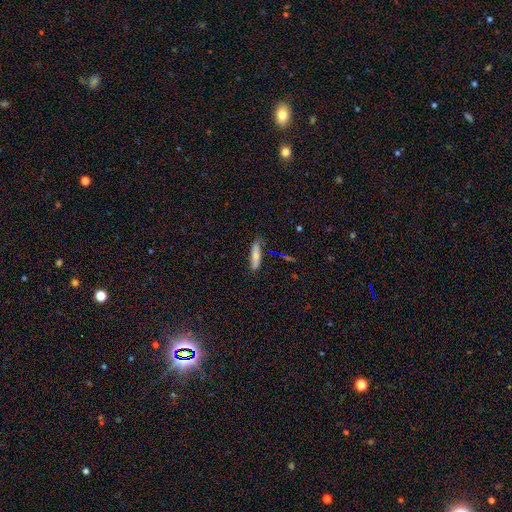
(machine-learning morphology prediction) Smooth or featured? Predicted: smooth (p=0.68). How rounded? Predicted: cigar-shaped (p=0.70). Merging? Predicted: none (p=0.77).